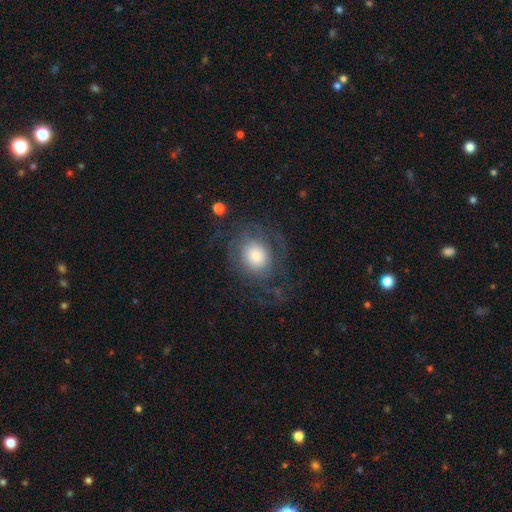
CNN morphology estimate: Smooth or featured: featured or disk — 52% (smooth — 38%)
Edge-on disk: no — 97% (yes — 3%)
Bar: no — 82% (weak — 15%)
Spiral arms: yes — 77% (no — 23%)
Bulge size: large — 39% (moderate — 29%)
Merging: none — 61% (major disturbance — 21%)